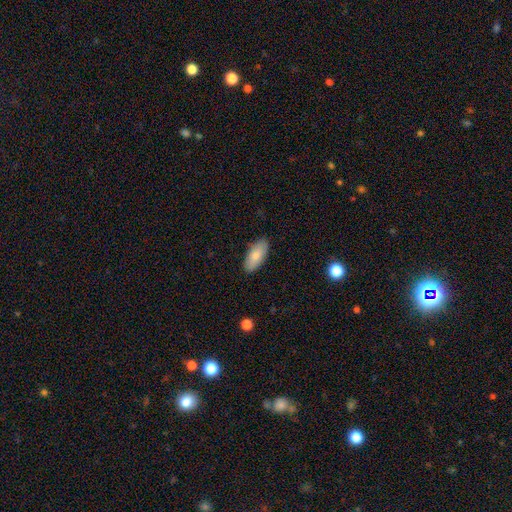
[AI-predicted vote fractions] Q: Smooth or featured?
A: smooth (80%); runner-up: featured or disk (14%)
Q: How rounded?
A: in between (87%); runner-up: cigar-shaped (11%)
Q: Merging?
A: none (86%); runner-up: minor disturbance (11%)